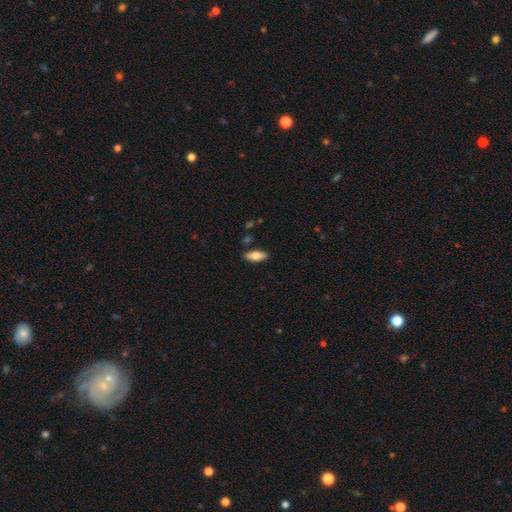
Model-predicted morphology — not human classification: Q: Smooth or featured?
A: smooth (77%); runner-up: featured or disk (17%)
Q: How rounded?
A: in between (79%); runner-up: cigar-shaped (19%)
Q: Merging?
A: none (87%); runner-up: minor disturbance (10%)